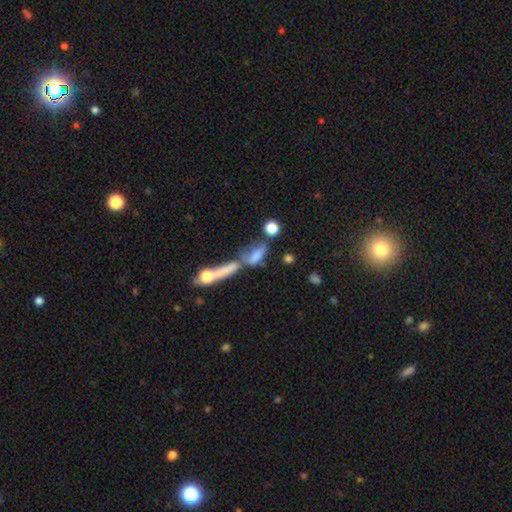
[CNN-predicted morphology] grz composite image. It shows a smooth galaxy with no disk features (53%) that is in between round and cigar-shaped (47%). Merging: merger (45%).